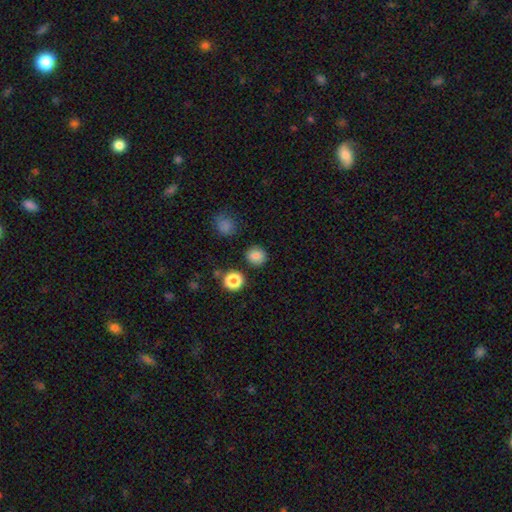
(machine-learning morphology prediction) smooth_or_featured: smooth (p=0.82) [alt: star or artifact p=0.13]
how_rounded: round (p=0.90) [alt: in between p=0.09]
merging: none (p=0.87) [alt: minor disturbance p=0.07]